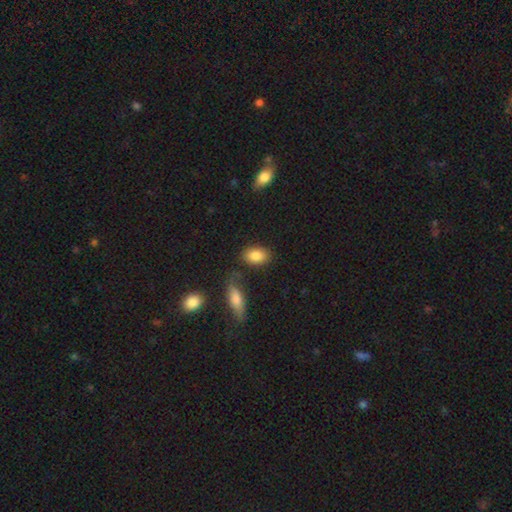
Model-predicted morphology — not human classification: Smooth or featured? smooth (85%)
How rounded? in between (87%)
Merging? none (78%)